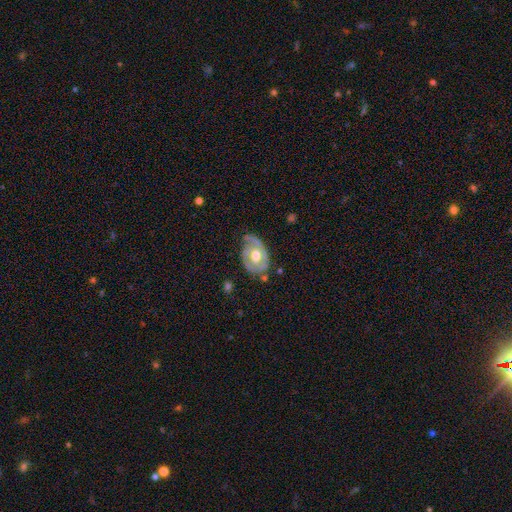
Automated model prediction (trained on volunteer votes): This appears to be a featured or disk galaxy (75%) with no bar (72%), 2 (50%) tight (56%) spiral arms (75%) and a moderate central bulge (67%). Merging: none (54%).